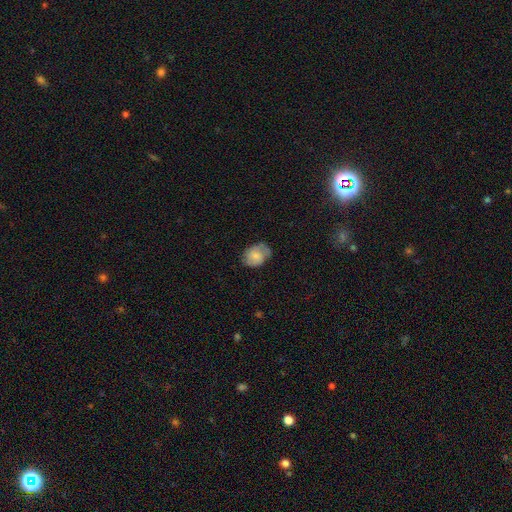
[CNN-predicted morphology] Smooth or featured?
  - smooth: 60% *
  - featured or disk: 32%
  - star or artifact: 8%
How rounded?
  - in between: 66% *
  - round: 33%
  - cigar-shaped: 1%
Merging?
  - none: 60% *
  - minor disturbance: 29%
  - major disturbance: 9%
  - merger: 2%